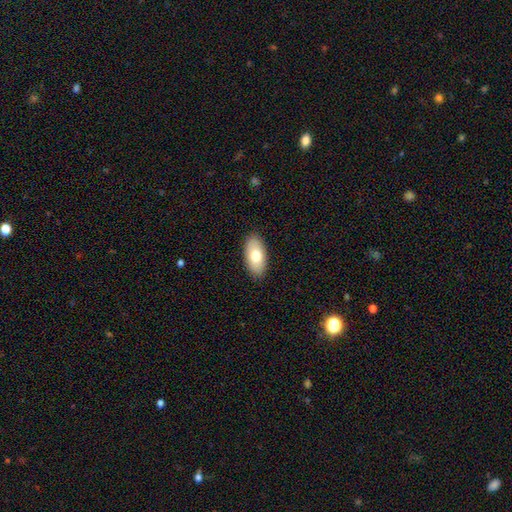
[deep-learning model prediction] smooth_or_featured: smooth (p=0.74) [alt: featured or disk p=0.20]
how_rounded: in between (p=0.94) [alt: cigar-shaped p=0.03]
merging: none (p=0.88) [alt: minor disturbance p=0.09]